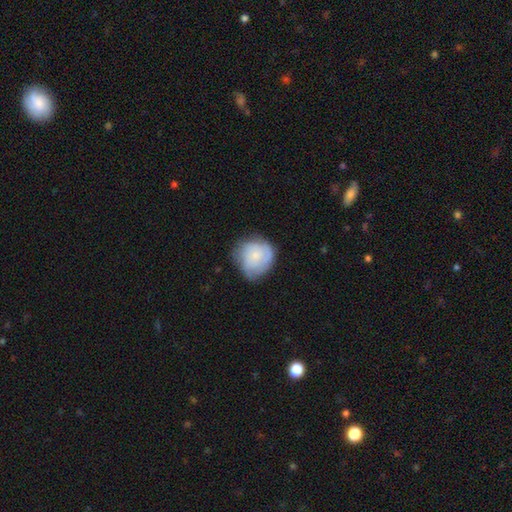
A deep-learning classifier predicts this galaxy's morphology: Smooth or featured: smooth — 64% (featured or disk — 29%)
How rounded: round — 81% (in between — 18%)
Merging: none — 53% (minor disturbance — 33%)